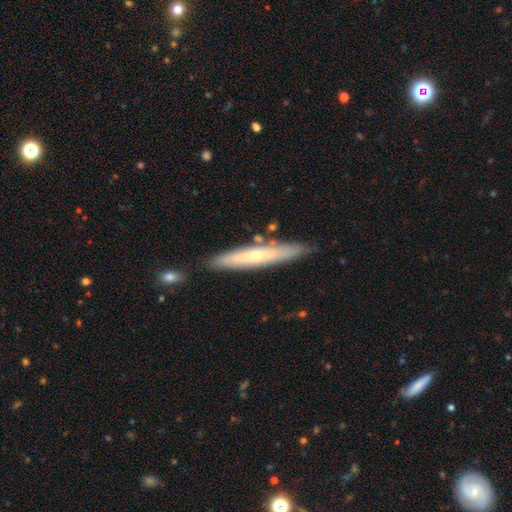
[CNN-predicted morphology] Overall: featured or disk (50%; smooth 44%). Edge-on disk: yes (82%). Merging: none (83%).